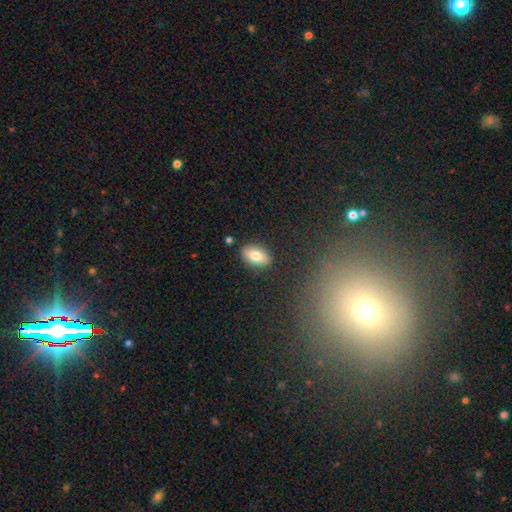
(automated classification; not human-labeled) Morphology: type=smooth (80%); roundness=in between (90%); merging=none (86%).